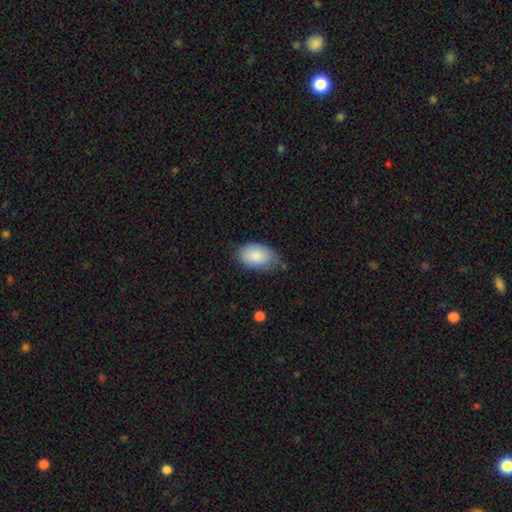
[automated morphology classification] Smooth or featured?
  - smooth: 87% *
  - featured or disk: 7%
  - star or artifact: 6%
How rounded?
  - in between: 93% *
  - round: 6%
  - cigar-shaped: 1%
Merging?
  - none: 67% *
  - minor disturbance: 25%
  - major disturbance: 5%
  - merger: 2%